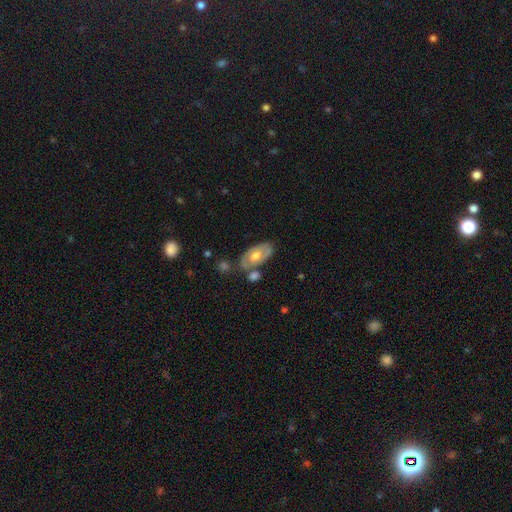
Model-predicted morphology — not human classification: Overall: featured or disk (49%; smooth 46%). Merging: none (63%).